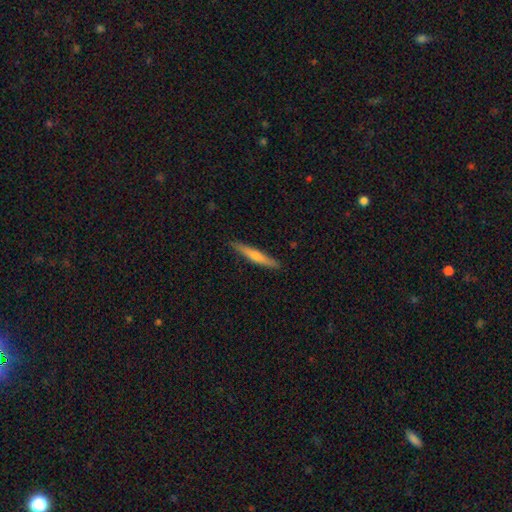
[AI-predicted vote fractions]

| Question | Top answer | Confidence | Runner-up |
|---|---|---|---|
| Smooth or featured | smooth | 54% | featured or disk (41%) |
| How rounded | cigar-shaped | 94% | in between (5%) |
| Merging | none | 90% | minor disturbance (8%) |